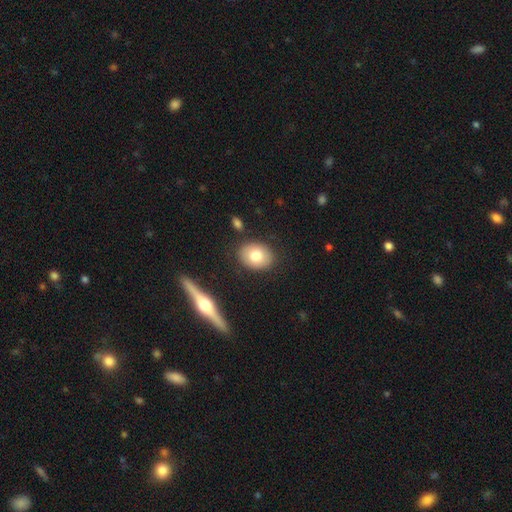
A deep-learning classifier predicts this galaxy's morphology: A smooth galaxy with no disk features (77%) that is in between round and cigar-shaped (65%).

Vote fractions:
- Smooth or featured? smooth: 77% / featured or disk: 15% / star or artifact: 8%
- How rounded? in between: 65% / round: 33% / cigar-shaped: 1%
- Merging? none: 85% / minor disturbance: 10% / merger: 3% / major disturbance: 3%